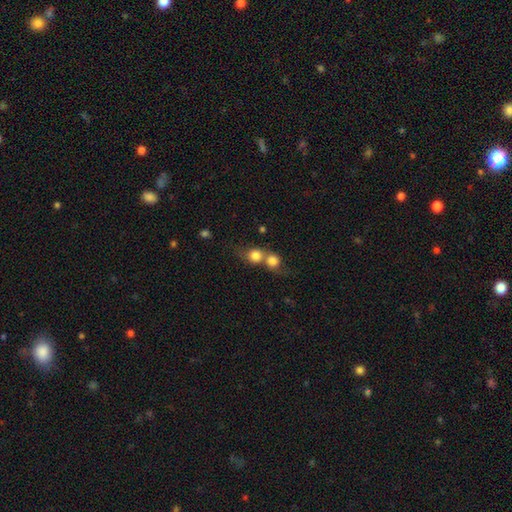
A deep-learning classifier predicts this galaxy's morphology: smooth_or_featured: smooth (p=0.79) [alt: featured or disk p=0.12]
how_rounded: round (p=0.82) [alt: in between p=0.16]
merging: merger (p=0.65) [alt: none p=0.25]